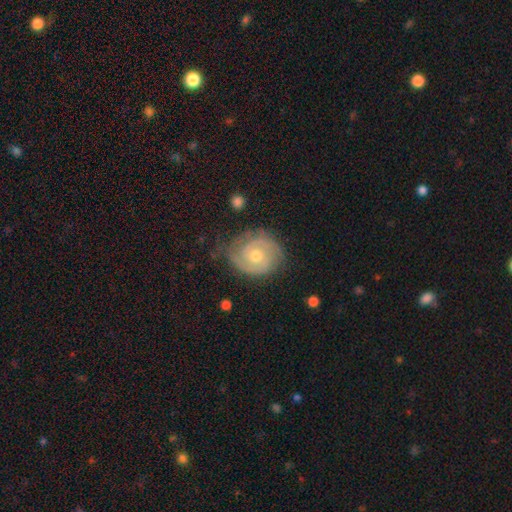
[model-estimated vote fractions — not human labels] This is clearly a featured or disk galaxy (82%). It is clearly not viewed edge-on (97%). Bar: likely no (72%). Spiral arm pattern: clearly yes (95%). Spiral arm count: likely 2 (70%). Spiral winding: likely tight (67%). Central bulge: likely moderate (61%). Merging: likely none (74%).